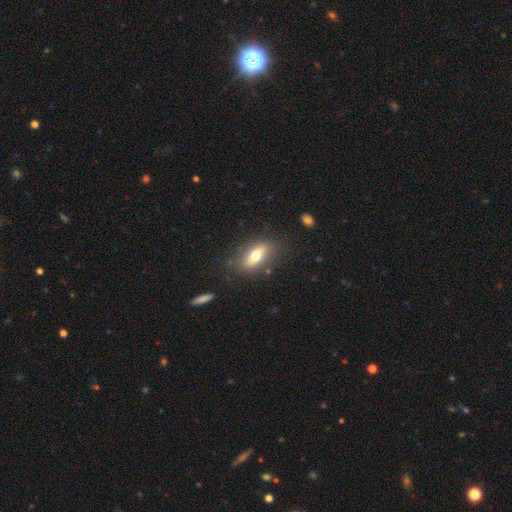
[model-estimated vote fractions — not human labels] smooth-or-featured: smooth: 63% | featured or disk: 29% | star or artifact: 8%
  how-rounded: in between: 71% | cigar-shaped: 23% | round: 6%
  merging: none: 79% | minor disturbance: 14% | major disturbance: 5% | merger: 2%